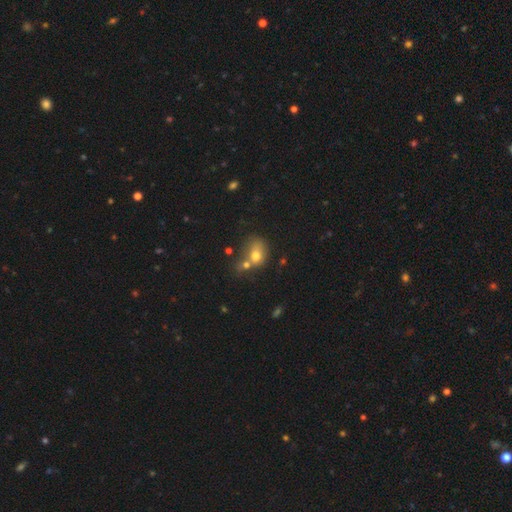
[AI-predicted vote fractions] This appears to be a smooth galaxy with no disk features (71%) that is in between round and cigar-shaped (50%). Merging: merger (50%).